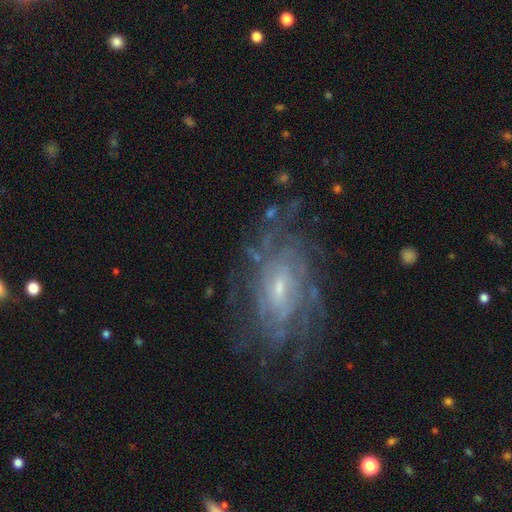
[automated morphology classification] A featured or disk galaxy (81%) with a weak bar (49%), tight (59%) spiral arms (88%) and a small central bulge (65%). Merging: none (64%).